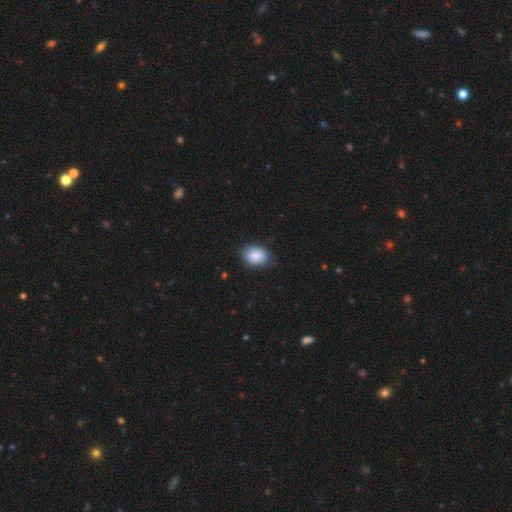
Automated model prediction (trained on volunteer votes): Smooth or featured? Predicted: smooth (p=0.88). How rounded? Predicted: in between (p=0.77). Merging? Predicted: none (p=0.80).